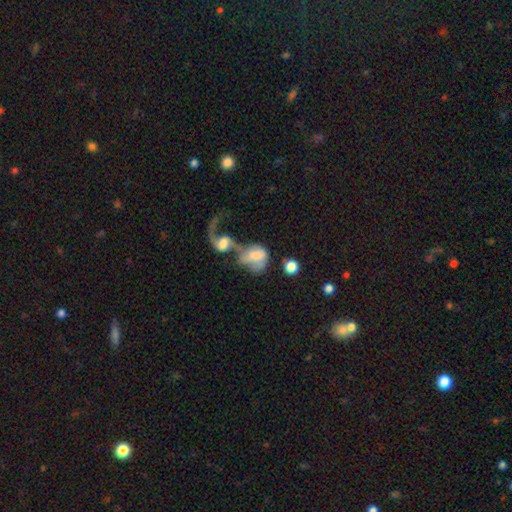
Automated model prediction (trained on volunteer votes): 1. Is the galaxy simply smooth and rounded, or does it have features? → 48% smooth, 44% featured or disk, 8% star or artifact.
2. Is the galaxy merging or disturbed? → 69% merger, 16% major disturbance, 9% none, 5% minor disturbance.